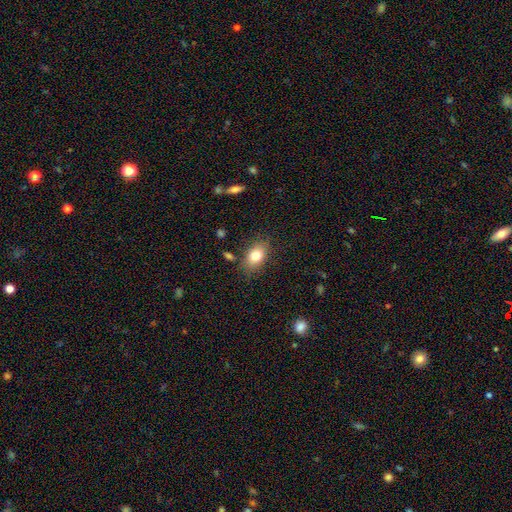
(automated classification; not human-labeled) Smooth or featured?
  - smooth: 81% *
  - featured or disk: 11%
  - star or artifact: 8%
How rounded?
  - in between: 84% *
  - round: 13%
  - cigar-shaped: 2%
Merging?
  - none: 79% *
  - minor disturbance: 15%
  - major disturbance: 4%
  - merger: 3%